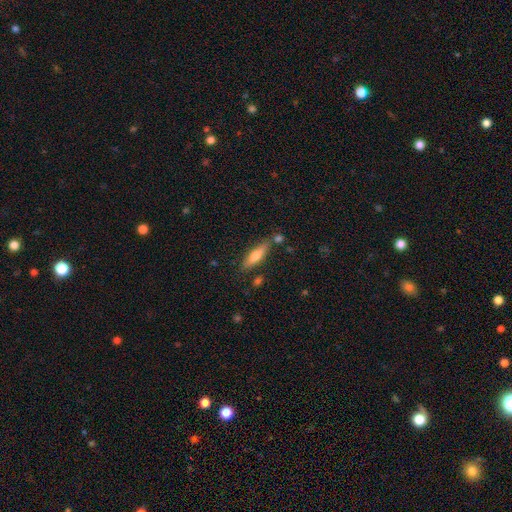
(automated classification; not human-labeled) Overall: smooth (64%; featured or disk 29%). How rounded: cigar-shaped (67%; in between 31%). Merging: none (75%).